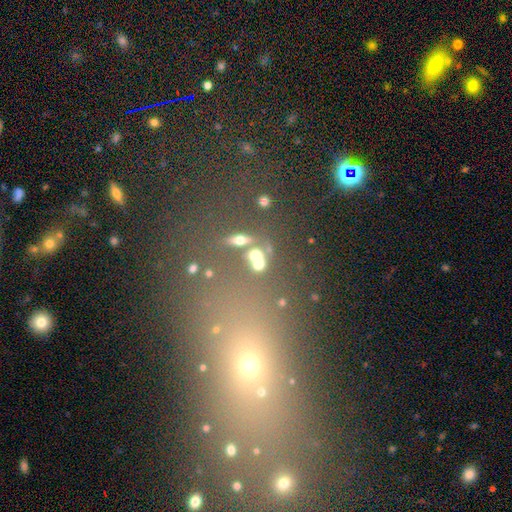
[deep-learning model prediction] Overall: smooth (56%; featured or disk 25%). How rounded: round (44%, tied with in between). Merging: none (56%; merger 27%).